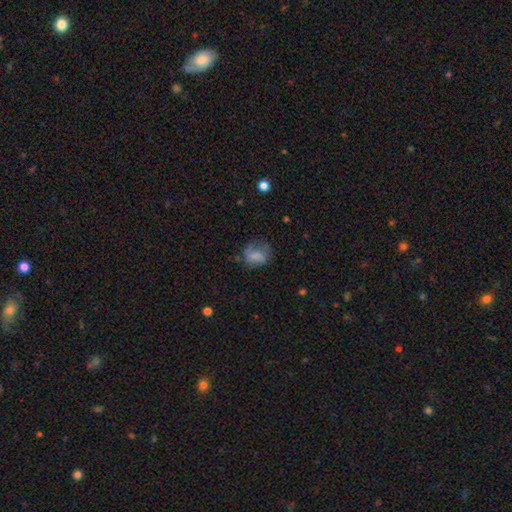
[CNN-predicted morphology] The model was most divided on "how rounded": round: 55%, in between: 43%, cigar-shaped: 1%. Remaining: smooth or featured — smooth (67%); merging — none (44%).